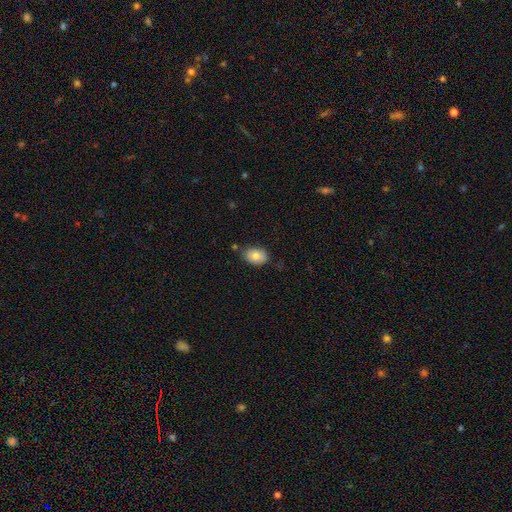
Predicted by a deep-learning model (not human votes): Smooth or featured?
  - smooth: 81% *
  - featured or disk: 11%
  - star or artifact: 8%
How rounded?
  - in between: 82% *
  - round: 17%
  - cigar-shaped: 1%
Merging?
  - none: 74% *
  - minor disturbance: 18%
  - merger: 4%
  - major disturbance: 3%